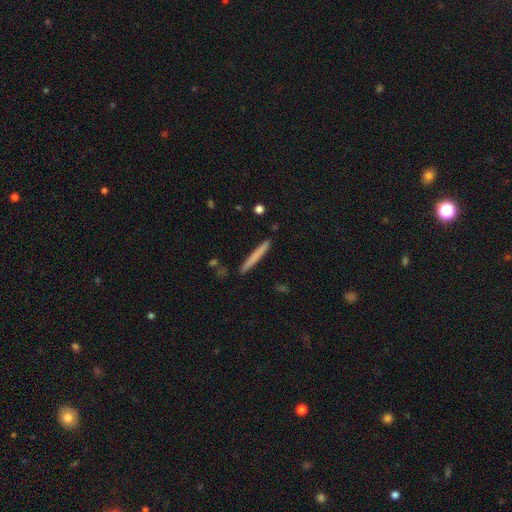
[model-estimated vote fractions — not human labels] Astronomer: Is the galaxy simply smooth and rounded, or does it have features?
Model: smooth — 67%.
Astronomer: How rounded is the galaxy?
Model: cigar-shaped — 97%.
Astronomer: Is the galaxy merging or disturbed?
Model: none — 90%.